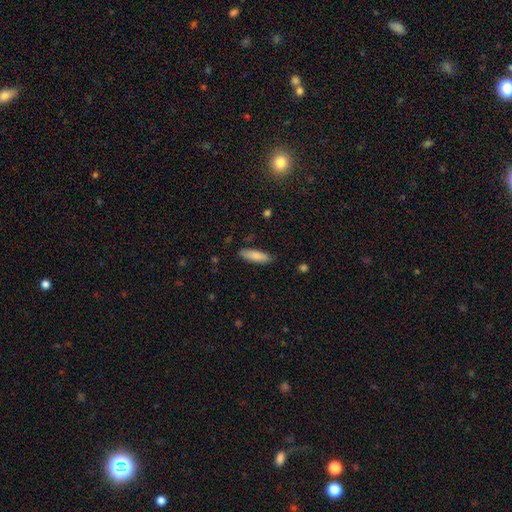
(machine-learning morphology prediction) Smooth or featured? smooth (83%)
How rounded? cigar-shaped (52%)
Merging? none (84%)